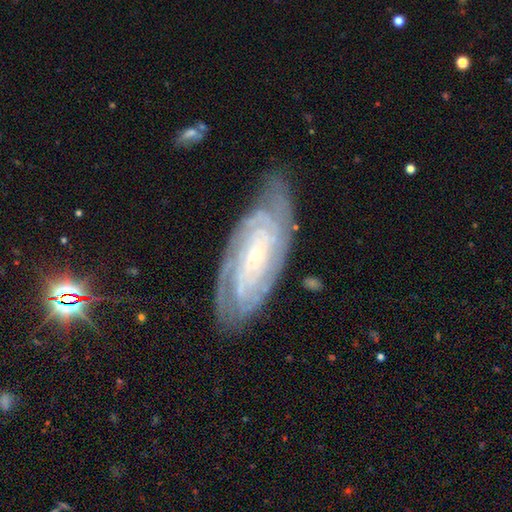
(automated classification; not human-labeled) Smooth or featured? Predicted: featured or disk (p=0.85). Edge-on disk? Predicted: no (p=0.92). Bar? Predicted: no (p=0.67). Spiral arms? Predicted: yes (p=0.96). Spiral winding? Predicted: tight (p=0.78). Spiral arm count? Predicted: can't tell (p=0.34). Bulge size? Predicted: small (p=0.83). Merging? Predicted: none (p=0.76).